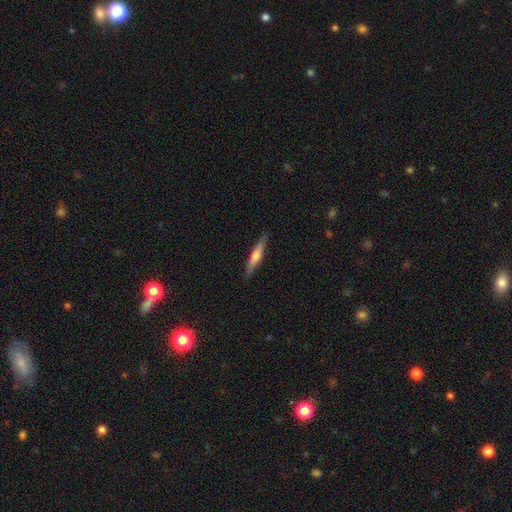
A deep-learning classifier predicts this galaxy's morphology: Overall: featured or disk (49%; smooth 45%). Merging: none (90%).